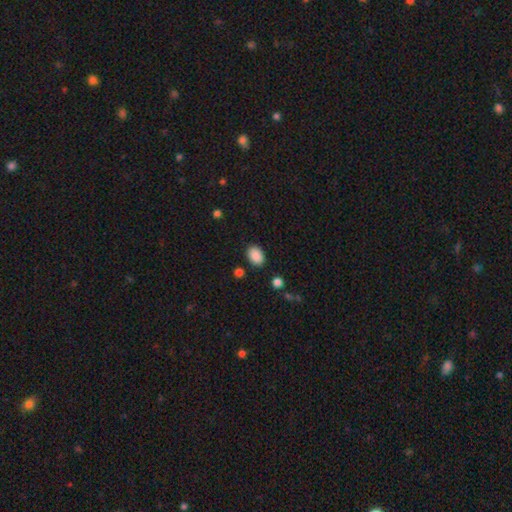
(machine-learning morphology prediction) Overall: smooth (88%). How rounded: in between (78%). Merging: none (84%).